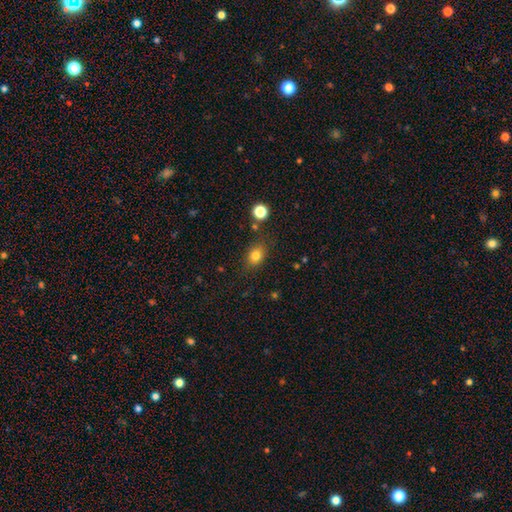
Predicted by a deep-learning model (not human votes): smooth 80%, star or artifact 13%, featured or disk 7%. Down the decision tree: how rounded — in between (54%); merging — none (80%).